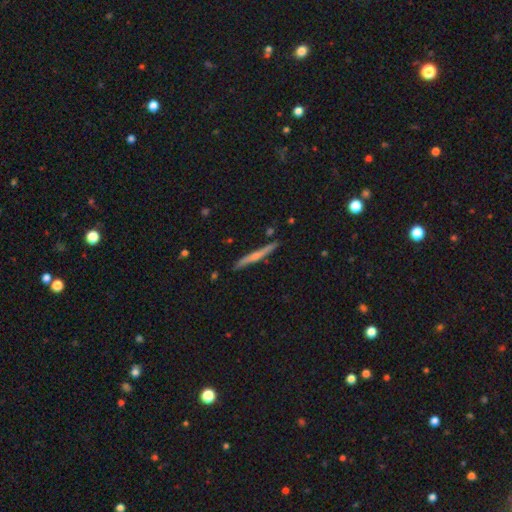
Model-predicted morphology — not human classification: This appears to be a featured or disk galaxy (53%) viewed edge-on (97%) with a rounded central bulge (53%). Merging: none (86%).